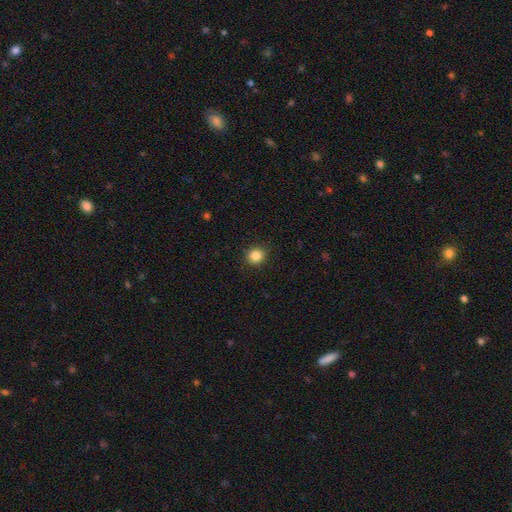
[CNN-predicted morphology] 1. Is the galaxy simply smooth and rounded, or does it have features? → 85% smooth, 11% star or artifact, 4% featured or disk.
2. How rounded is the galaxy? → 86% round, 13% in between, 1% cigar-shaped.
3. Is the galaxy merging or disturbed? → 90% none, 7% minor disturbance, 2% major disturbance, 1% merger.